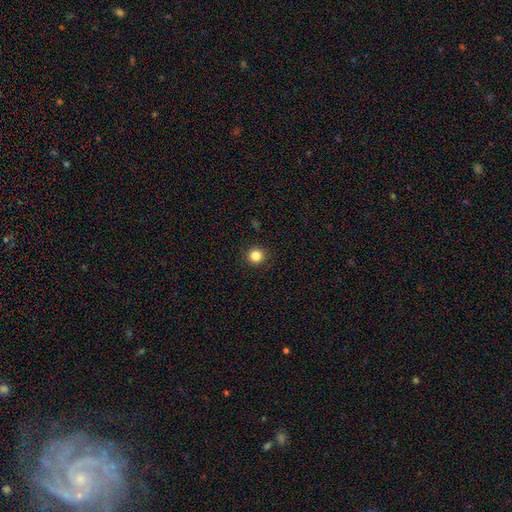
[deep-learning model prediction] Morphology: type=smooth (85%); roundness=round (95%); merging=none (92%).